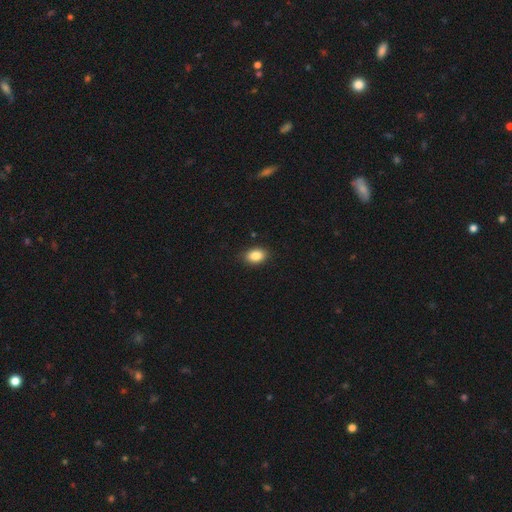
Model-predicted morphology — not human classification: A smooth galaxy with no disk features (86%) that is in between round and cigar-shaped (75%).

Vote fractions:
- Smooth or featured? smooth: 86% / star or artifact: 9% / featured or disk: 5%
- How rounded? in between: 75% / round: 23% / cigar-shaped: 1%
- Merging? none: 87% / minor disturbance: 10% / major disturbance: 2% / merger: 1%